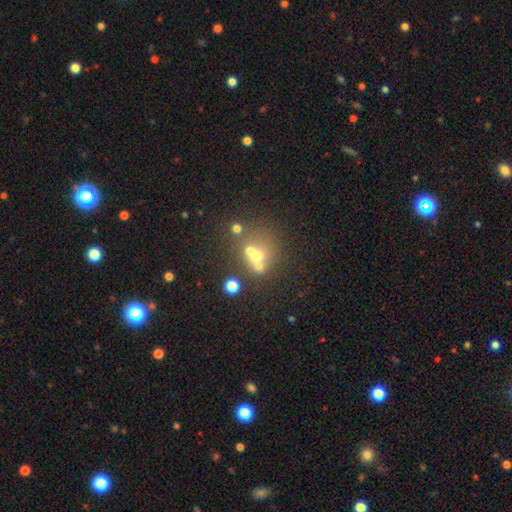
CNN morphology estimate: smooth-or-featured: smooth: 45% | featured or disk: 31% | star or artifact: 24%
  merging: merger: 48% | none: 37% | minor disturbance: 9% | major disturbance: 7%